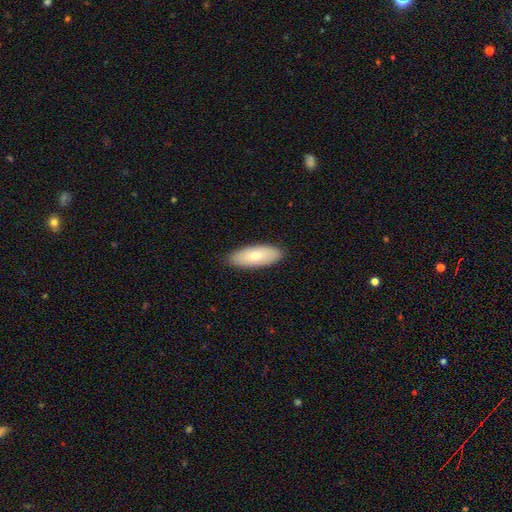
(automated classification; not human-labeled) This is likely a smooth galaxy (75%). How rounded: likely in between (79%). Merging: clearly none (87%).